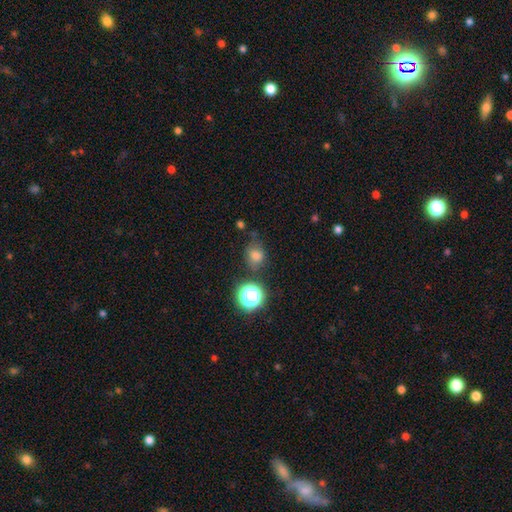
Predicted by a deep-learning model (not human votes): Q: Smooth or featured?
A: smooth (70%); runner-up: star or artifact (21%)
Q: How rounded?
A: round (60%); runner-up: in between (39%)
Q: Merging?
A: none (66%); runner-up: minor disturbance (21%)